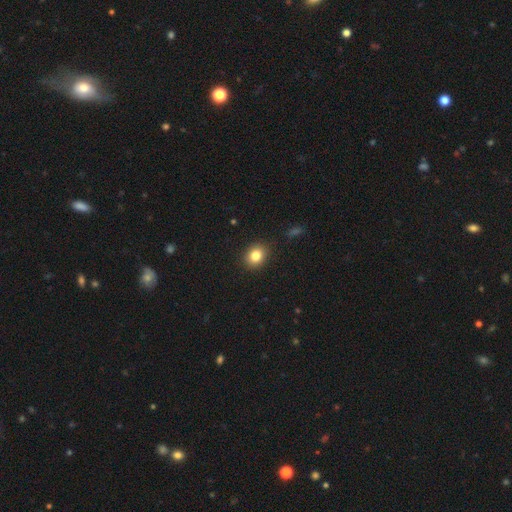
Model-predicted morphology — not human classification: The model was most divided on "how rounded": round: 56%, in between: 43%, cigar-shaped: 1%. More confident: merging — none (89%); smooth or featured — smooth (83%).